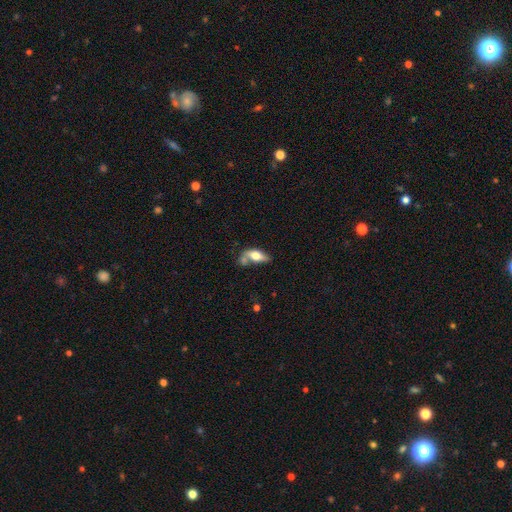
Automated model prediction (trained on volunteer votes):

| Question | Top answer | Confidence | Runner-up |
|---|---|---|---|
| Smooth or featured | smooth | 63% | featured or disk (30%) |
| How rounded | in between | 77% | cigar-shaped (19%) |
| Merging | none | 37% | merger (30%) |